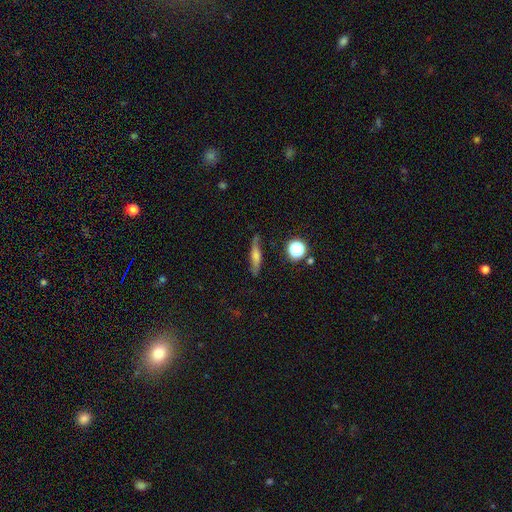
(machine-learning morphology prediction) type=featured or disk (47%); merging=none (76%).